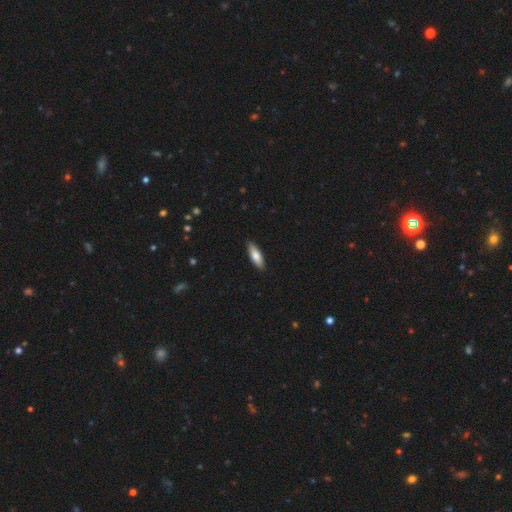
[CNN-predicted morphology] smooth 75%, featured or disk 19%, star or artifact 6%. Down the decision tree: how rounded — in between (53%); merging — none (89%).